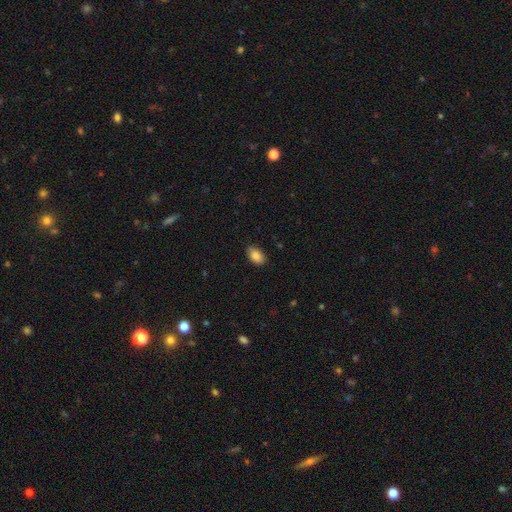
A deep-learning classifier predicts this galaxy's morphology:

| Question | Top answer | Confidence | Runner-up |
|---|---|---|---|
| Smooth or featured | smooth | 86% | star or artifact (7%) |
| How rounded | in between | 91% | round (8%) |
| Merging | none | 86% | minor disturbance (11%) |